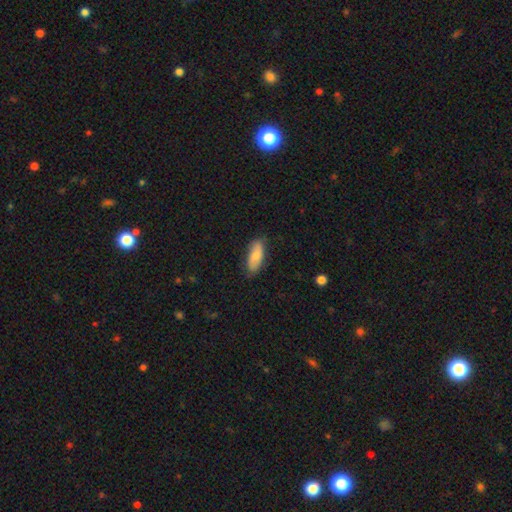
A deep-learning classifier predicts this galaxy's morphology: Smooth or featured?
  - smooth: 76% *
  - featured or disk: 18%
  - star or artifact: 6%
How rounded?
  - in between: 81% *
  - cigar-shaped: 17%
  - round: 2%
Merging?
  - none: 79% *
  - minor disturbance: 17%
  - major disturbance: 3%
  - merger: 1%